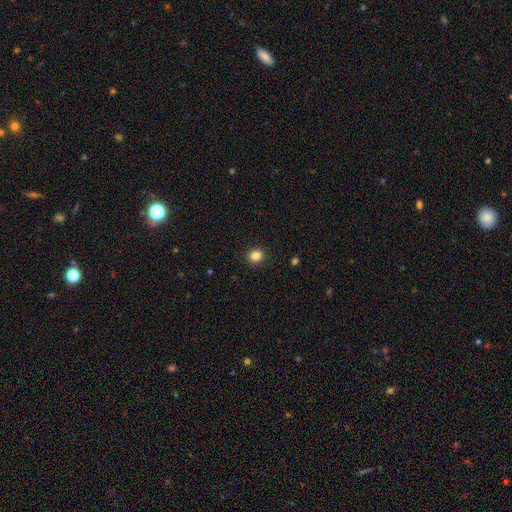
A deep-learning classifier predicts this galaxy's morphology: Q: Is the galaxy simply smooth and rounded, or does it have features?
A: smooth — 84%.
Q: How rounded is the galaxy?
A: round — 84%.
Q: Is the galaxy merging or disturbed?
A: none — 92%.